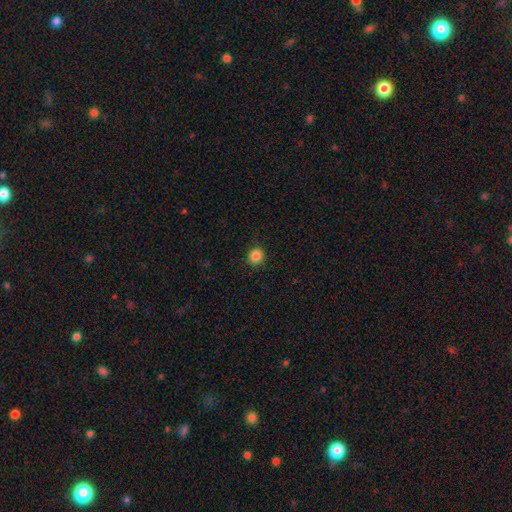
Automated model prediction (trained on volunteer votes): Smooth or featured? Predicted: smooth (p=0.86). How rounded? Predicted: round (p=0.87). Merging? Predicted: none (p=0.90).